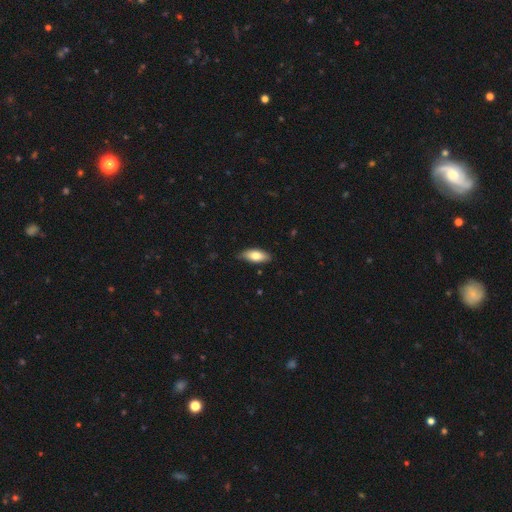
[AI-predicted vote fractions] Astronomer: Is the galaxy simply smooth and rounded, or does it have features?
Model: smooth — 75%.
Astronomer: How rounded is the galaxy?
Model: in between — 82%.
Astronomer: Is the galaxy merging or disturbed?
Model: none — 79%.